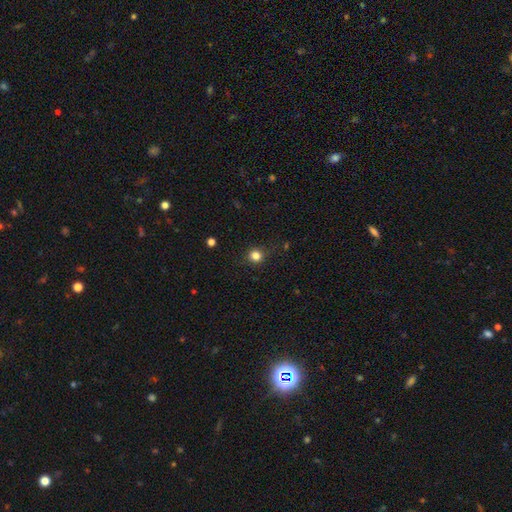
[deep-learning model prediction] A smooth galaxy with no disk features (82%) that is round (91%).

Vote fractions:
- Smooth or featured? smooth: 82% / star or artifact: 13% / featured or disk: 5%
- How rounded? round: 91% / in between: 9% / cigar-shaped: 1%
- Merging? none: 87% / minor disturbance: 9% / major disturbance: 3% / merger: 1%